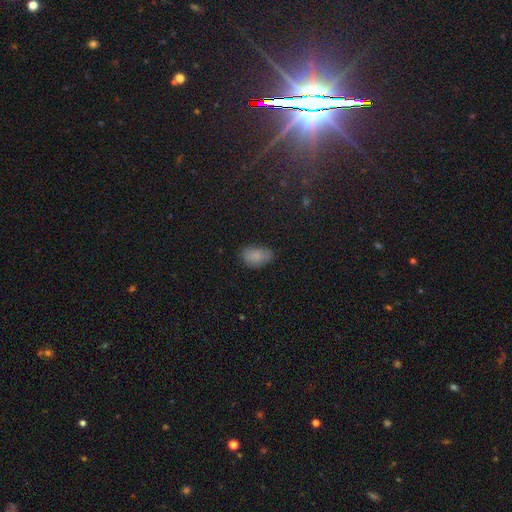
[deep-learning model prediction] smooth_or_featured: smooth (p=0.83) [alt: star or artifact p=0.10]
how_rounded: in between (p=0.89) [alt: round p=0.10]
merging: none (p=0.67) [alt: minor disturbance p=0.26]